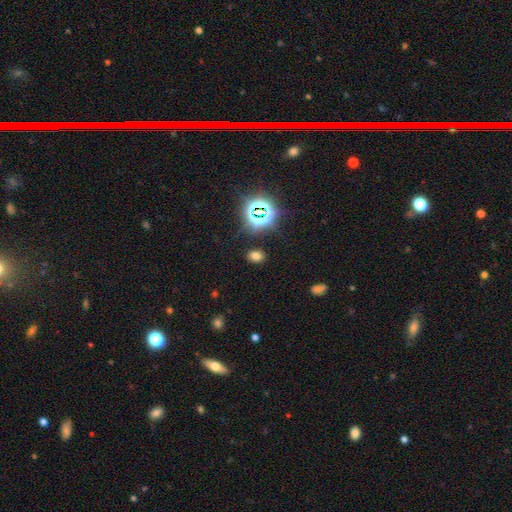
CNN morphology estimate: The model was most divided on "smooth or featured": smooth: 65%, star or artifact: 29%, featured or disk: 7%. More confident: merging — none (86%); how rounded — in between (74%).